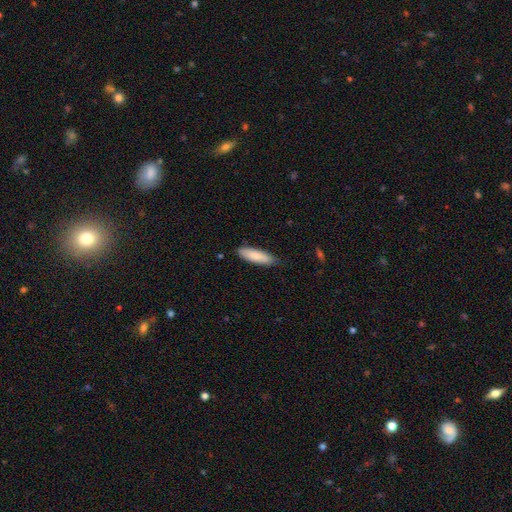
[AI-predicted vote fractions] smooth_or_featured: smooth (p=0.83) [alt: featured or disk p=0.12]
how_rounded: in between (p=0.50) [alt: cigar-shaped p=0.49]
merging: none (p=0.82) [alt: minor disturbance p=0.15]